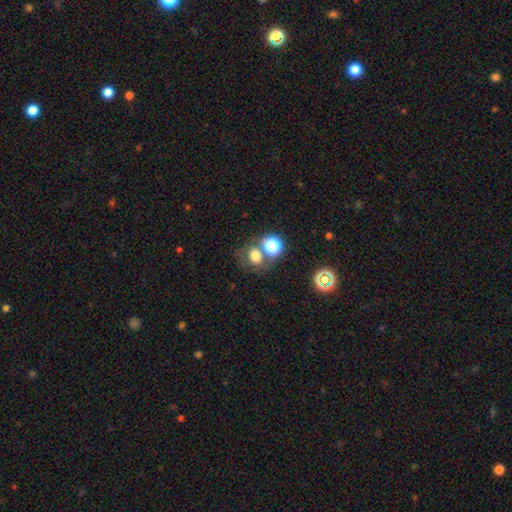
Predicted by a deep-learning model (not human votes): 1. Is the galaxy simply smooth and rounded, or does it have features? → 67% smooth, 19% star or artifact, 14% featured or disk.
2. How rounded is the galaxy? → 72% round, 27% in between, 1% cigar-shaped.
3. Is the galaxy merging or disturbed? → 51% none, 33% merger, 10% minor disturbance, 6% major disturbance.